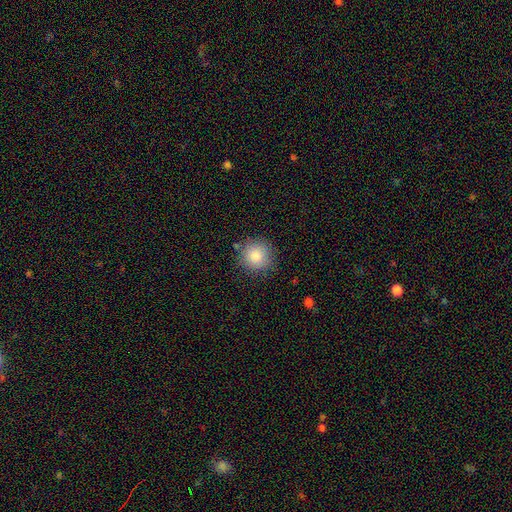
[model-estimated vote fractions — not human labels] Smooth or featured? Predicted: smooth (p=0.86). How rounded? Predicted: round (p=0.94). Merging? Predicted: none (p=0.85).